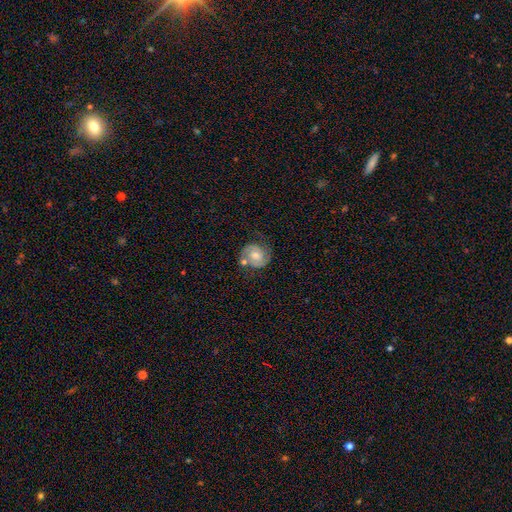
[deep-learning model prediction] featured or disk 78%, smooth 16%, star or artifact 7%. Down the decision tree: edge-on disk — no (98%); bar — no (52%); spiral arms — yes (95%); spiral arm count — 2 (87%); spiral winding — tight (49%); bulge size — moderate (55%); merging — none (66%).